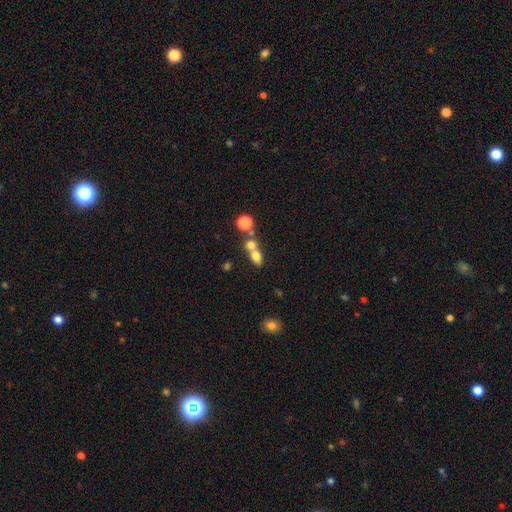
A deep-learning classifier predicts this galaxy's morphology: Overall: smooth (72%). How rounded: in between (60%; round 37%). Merging: merger (54%; none 33%).